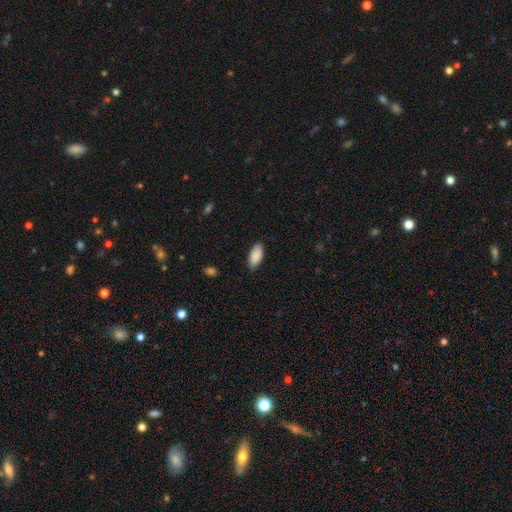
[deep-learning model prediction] Smooth or featured? Predicted: smooth (p=0.90). How rounded? Predicted: in between (p=0.89). Merging? Predicted: none (p=0.84).